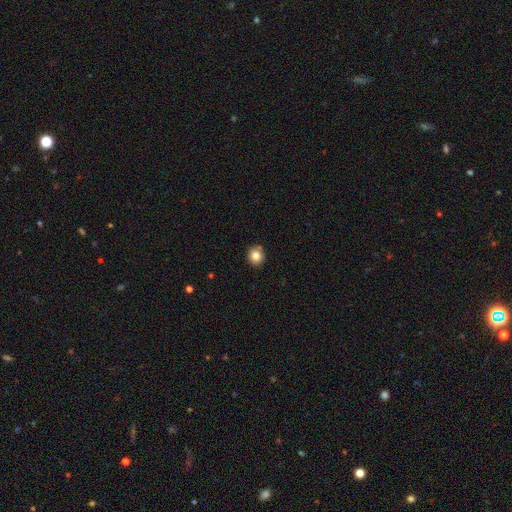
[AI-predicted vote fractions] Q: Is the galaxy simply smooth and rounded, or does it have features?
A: smooth — 83%.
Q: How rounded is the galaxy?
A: round — 86%.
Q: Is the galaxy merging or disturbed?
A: none — 87%.